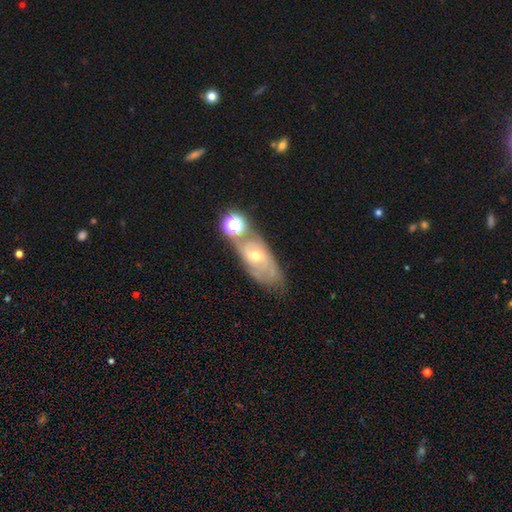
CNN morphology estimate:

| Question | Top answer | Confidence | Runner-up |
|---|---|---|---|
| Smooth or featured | featured or disk | 69% | smooth (19%) |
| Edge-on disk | no | 91% | yes (9%) |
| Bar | no | 69% | weak (26%) |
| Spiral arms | yes | 83% | no (17%) |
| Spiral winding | tight | 58% | medium (32%) |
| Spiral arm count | can't tell | 46% | 2 (30%) |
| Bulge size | small | 51% | moderate (46%) |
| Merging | none | 50% | merger (22%) |